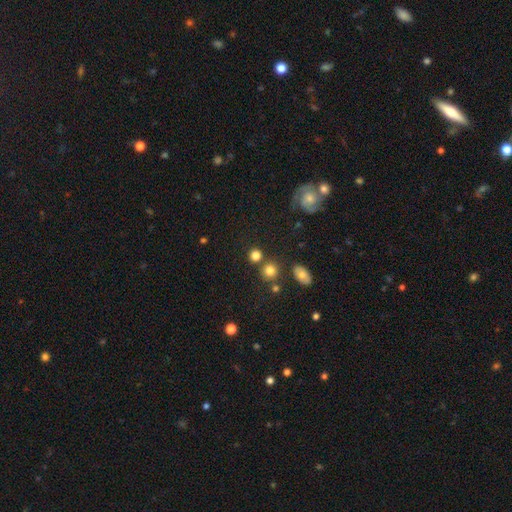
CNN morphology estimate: This appears to be a smooth galaxy with no disk features (79%) that is round (88%). Merging: none (75%).